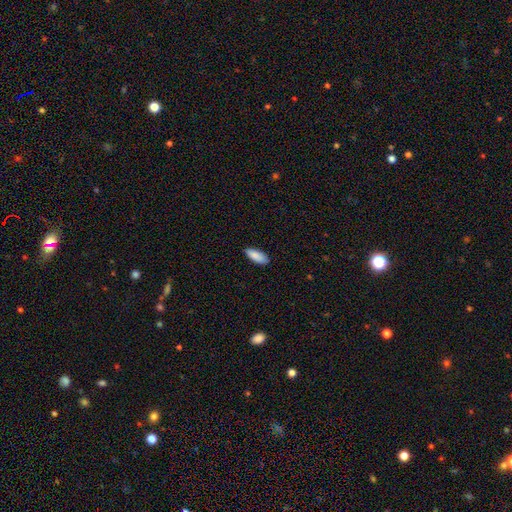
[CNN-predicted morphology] smooth 89%, star or artifact 6%, featured or disk 5%. Down the decision tree: how rounded — in between (82%); merging — none (86%).